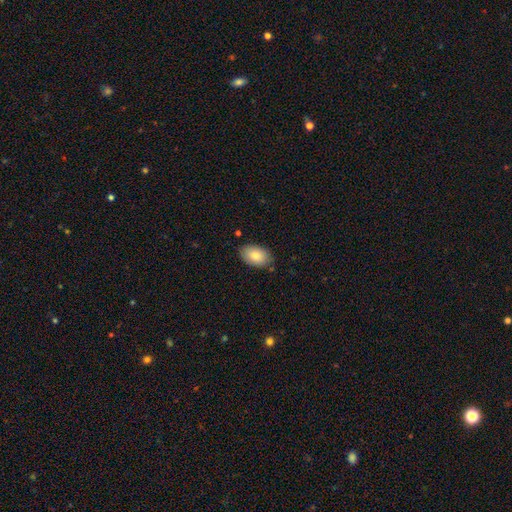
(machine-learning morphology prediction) This appears to be a smooth galaxy with no disk features (85%) that is in between round and cigar-shaped (93%). Merging: none (83%).